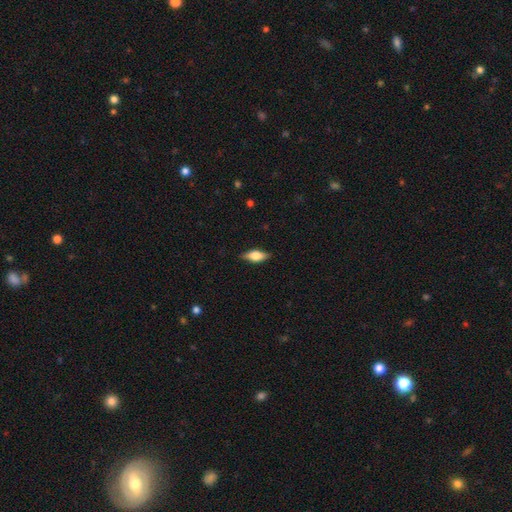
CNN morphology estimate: smooth-or-featured: smooth: 58% | featured or disk: 36% | star or artifact: 7%
  how-rounded: in between: 75% | cigar-shaped: 21% | round: 4%
  merging: none: 85% | minor disturbance: 12% | major disturbance: 2% | merger: 1%